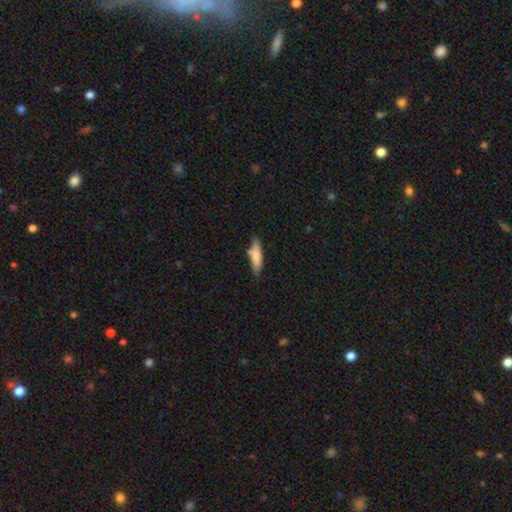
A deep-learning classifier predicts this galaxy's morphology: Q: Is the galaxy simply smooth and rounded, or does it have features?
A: smooth — 76%.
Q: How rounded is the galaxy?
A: cigar-shaped — 62%.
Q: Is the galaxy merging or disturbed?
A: none — 65%.